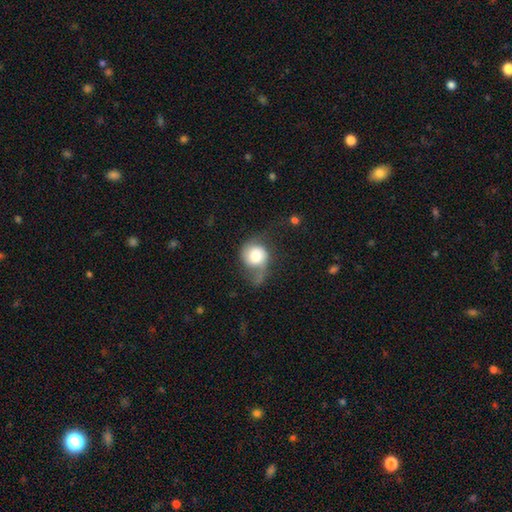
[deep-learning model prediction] The model was most divided on "merging": major disturbance: 35%, none: 31%, minor disturbance: 30%, merger: 4%. More confident: how rounded — round (74%); smooth or featured — smooth (56%).